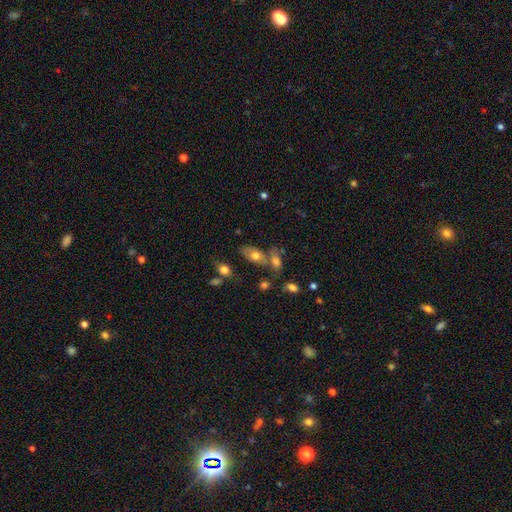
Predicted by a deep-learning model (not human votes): smooth 68%, featured or disk 22%, star or artifact 10%. Down the decision tree: how rounded — in between (88%); merging — none (46%).